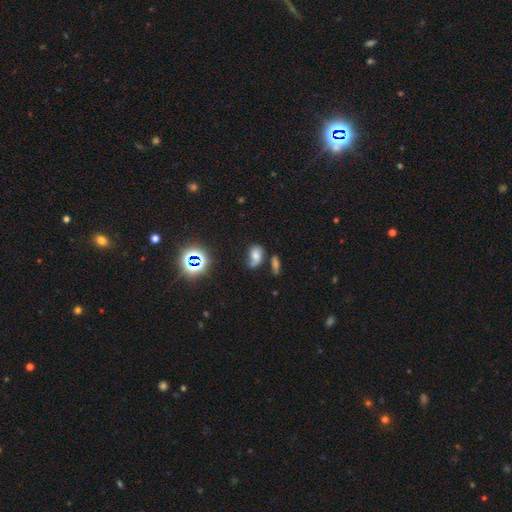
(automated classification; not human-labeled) This is possibly a smooth galaxy (54%). How rounded: likely in between (79%). Merging: marginally none (36%).